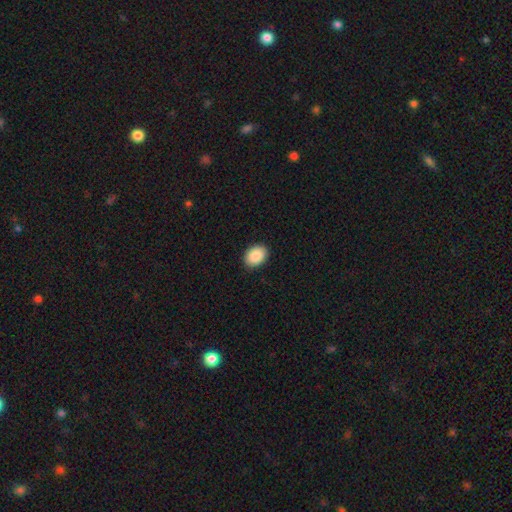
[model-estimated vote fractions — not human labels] Q: Smooth or featured?
A: smooth (89%); runner-up: star or artifact (7%)
Q: How rounded?
A: in between (72%); runner-up: round (27%)
Q: Merging?
A: none (90%); runner-up: minor disturbance (7%)